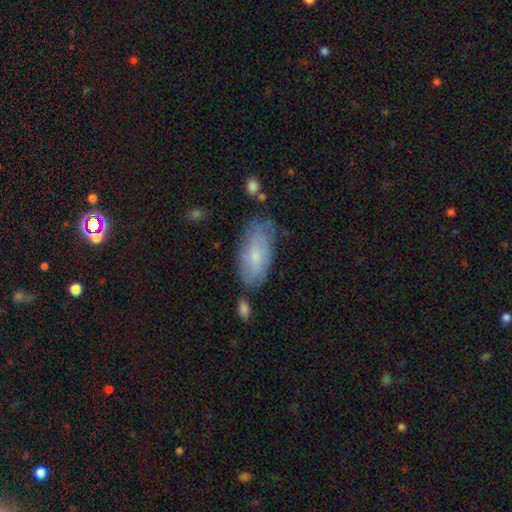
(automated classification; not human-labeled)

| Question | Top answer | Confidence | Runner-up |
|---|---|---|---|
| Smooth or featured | smooth | 53% | featured or disk (40%) |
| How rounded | in between | 89% | cigar-shaped (8%) |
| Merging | none | 63% | minor disturbance (25%) |